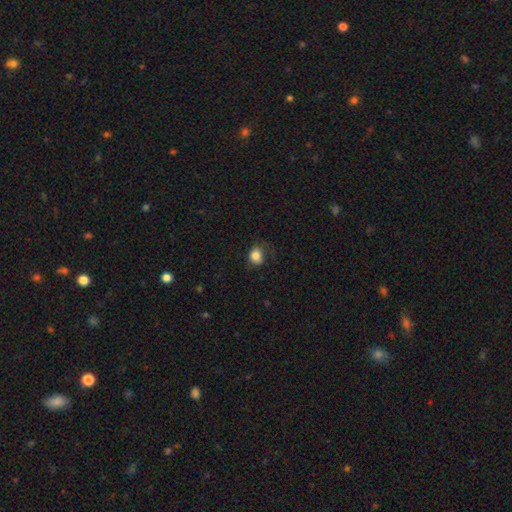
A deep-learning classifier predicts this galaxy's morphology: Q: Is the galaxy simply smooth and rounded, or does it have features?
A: smooth — 83%.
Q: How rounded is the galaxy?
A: round — 63%.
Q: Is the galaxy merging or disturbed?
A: none — 71%.